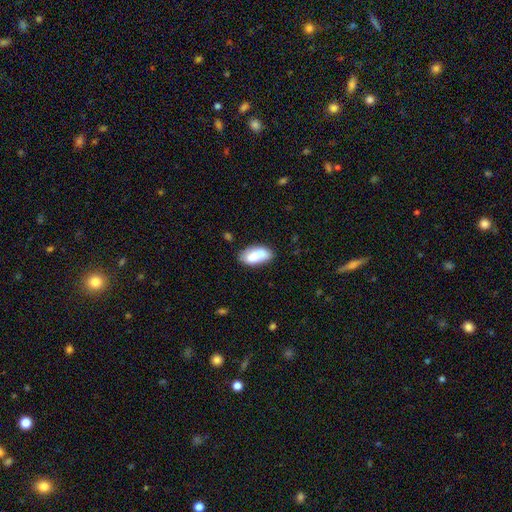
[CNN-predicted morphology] smooth 79%, featured or disk 14%, star or artifact 7%. Down the decision tree: how rounded — in between (86%); merging — none (66%).